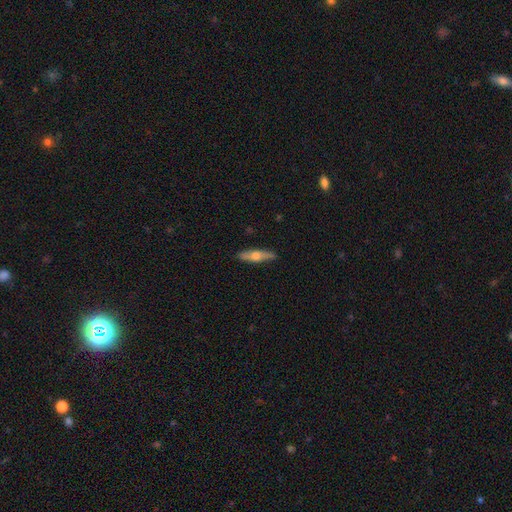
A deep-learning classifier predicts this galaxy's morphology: The model was most divided on "smooth or featured": featured or disk: 51%, smooth: 43%, star or artifact: 5%. More confident: edge-on disk — yes (90%); merging — none (88%).